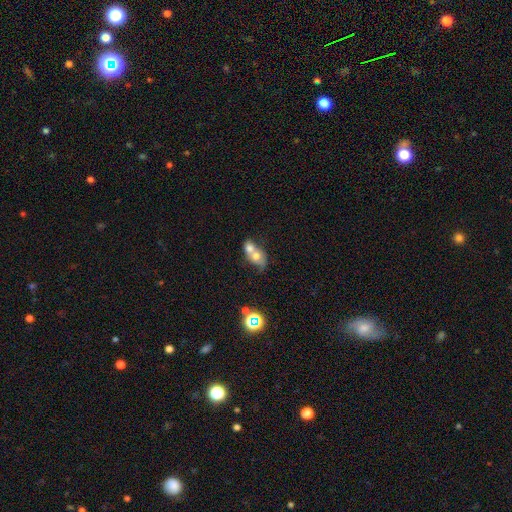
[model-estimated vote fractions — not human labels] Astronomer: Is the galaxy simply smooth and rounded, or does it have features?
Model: smooth — 62%.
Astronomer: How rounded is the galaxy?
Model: in between — 57% (runner-up: round, 41%).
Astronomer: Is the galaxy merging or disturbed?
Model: merger — 73%.